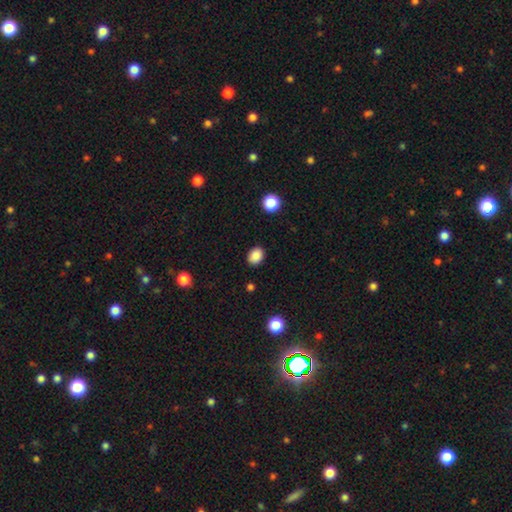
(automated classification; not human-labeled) Smooth or featured?
  - smooth: 87% *
  - star or artifact: 10%
  - featured or disk: 3%
How rounded?
  - in between: 61% *
  - round: 38%
  - cigar-shaped: 1%
Merging?
  - none: 88% *
  - minor disturbance: 9%
  - major disturbance: 2%
  - merger: 1%